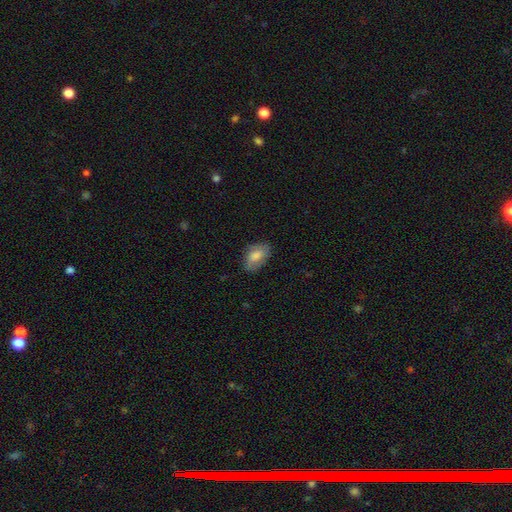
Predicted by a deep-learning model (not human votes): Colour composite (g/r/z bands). It shows a smooth galaxy with no disk features (71%) that is in between round and cigar-shaped (90%). Merging: none (76%).